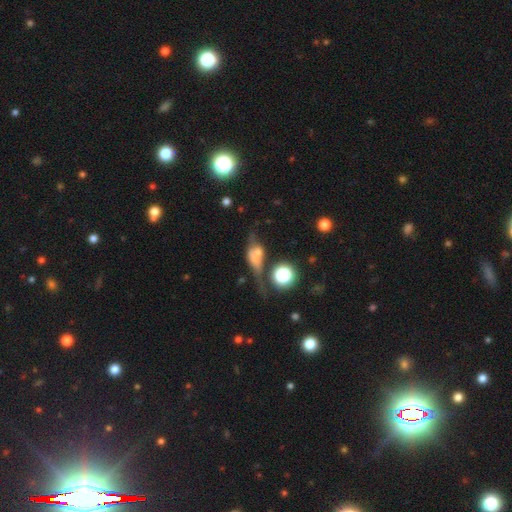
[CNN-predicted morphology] Smooth or featured?
  - smooth: 44% *
  - featured or disk: 42%
  - star or artifact: 14%
Merging?
  - none: 31% *
  - merger: 30%
  - minor disturbance: 19%
  - major disturbance: 19%